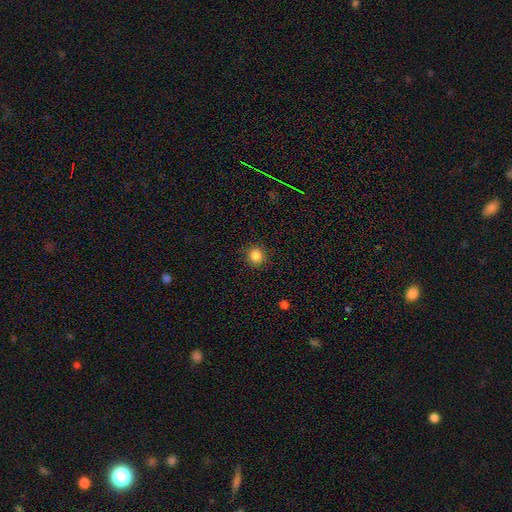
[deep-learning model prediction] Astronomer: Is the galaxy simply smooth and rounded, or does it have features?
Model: smooth — 84%.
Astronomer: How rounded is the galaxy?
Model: round — 91%.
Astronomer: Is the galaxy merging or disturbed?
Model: none — 89%.